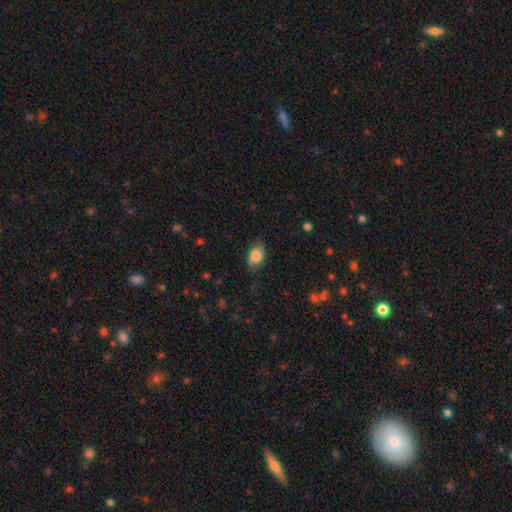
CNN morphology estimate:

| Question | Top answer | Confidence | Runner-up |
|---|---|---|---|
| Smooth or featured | smooth | 79% | featured or disk (13%) |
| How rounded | in between | 82% | round (16%) |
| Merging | none | 68% | minor disturbance (24%) |